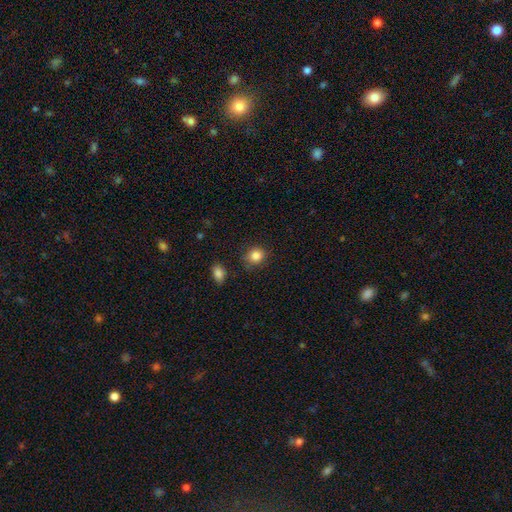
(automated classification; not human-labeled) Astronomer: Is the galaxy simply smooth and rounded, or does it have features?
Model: smooth — 85%.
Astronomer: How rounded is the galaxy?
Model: round — 77%.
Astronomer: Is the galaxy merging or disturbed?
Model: none — 79%.